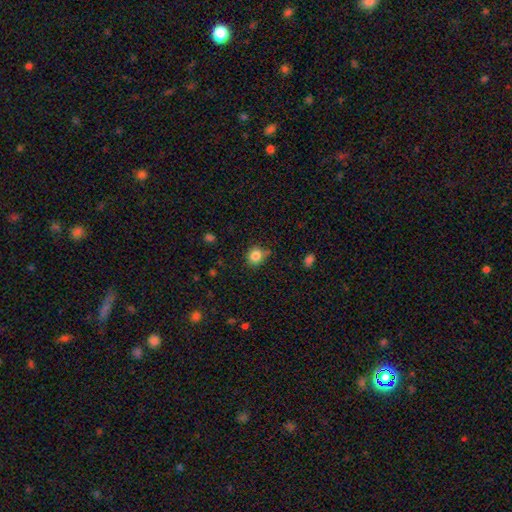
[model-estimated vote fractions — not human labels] Smooth or featured: smooth — 84% (star or artifact — 11%)
How rounded: round — 78% (in between — 21%)
Merging: none — 70% (minor disturbance — 22%)